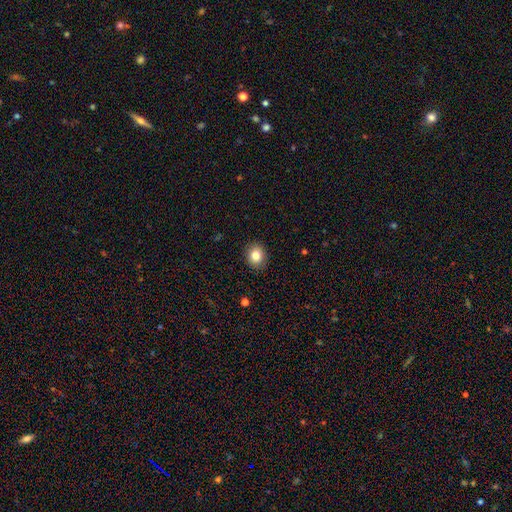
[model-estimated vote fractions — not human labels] A smooth galaxy with no disk features (83%) that is round (65%).

Vote fractions:
- Smooth or featured? smooth: 83% / star or artifact: 10% / featured or disk: 8%
- How rounded? round: 65% / in between: 34% / cigar-shaped: 1%
- Merging? none: 89% / minor disturbance: 8% / major disturbance: 2% / merger: 1%